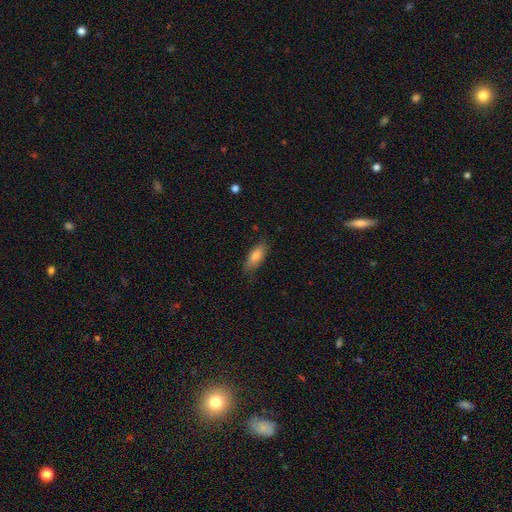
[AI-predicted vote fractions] This is clearly a smooth galaxy (81%). How rounded: likely in between (76%). Merging: likely none (78%).